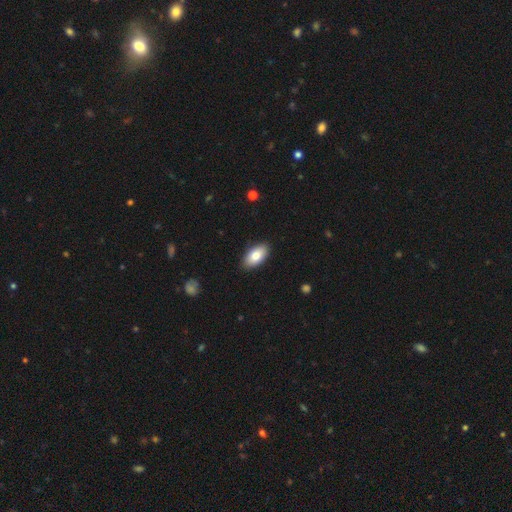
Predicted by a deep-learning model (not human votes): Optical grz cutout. It shows a smooth galaxy with no disk features (82%) that is in between round and cigar-shaped (94%). Merging: none (89%).